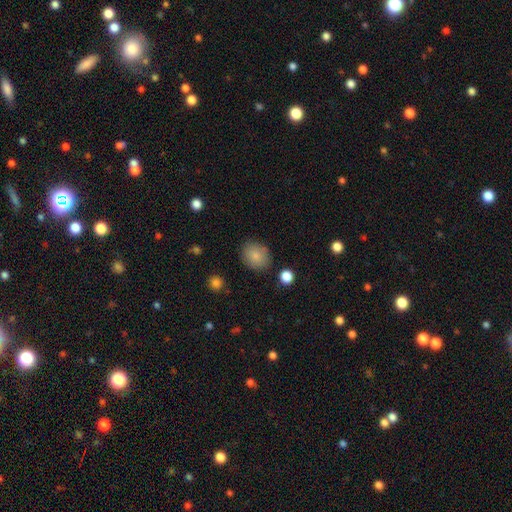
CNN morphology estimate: Overall: smooth (84%). How rounded: round (59%; in between 40%). Merging: none (84%).